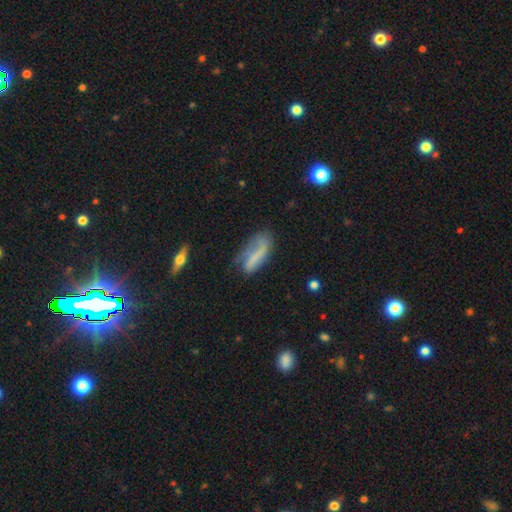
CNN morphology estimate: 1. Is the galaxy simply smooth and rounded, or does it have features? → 51% smooth, 39% featured or disk, 10% star or artifact.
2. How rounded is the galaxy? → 62% in between, 35% cigar-shaped, 3% round.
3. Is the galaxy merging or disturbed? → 40% none, 31% minor disturbance, 25% major disturbance, 5% merger.